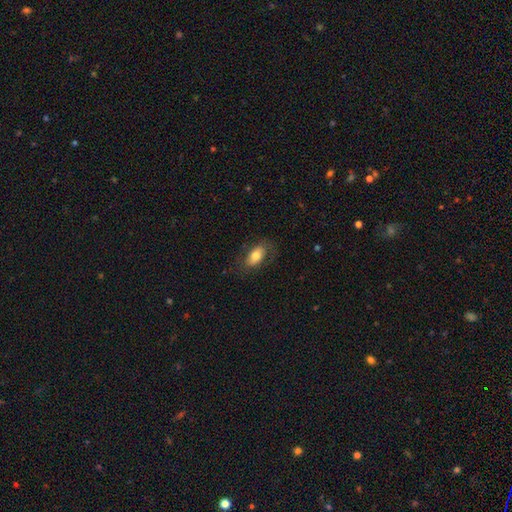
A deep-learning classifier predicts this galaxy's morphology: Smooth or featured? Predicted: smooth (p=0.69). How rounded? Predicted: in between (p=0.91). Merging? Predicted: none (p=0.73).